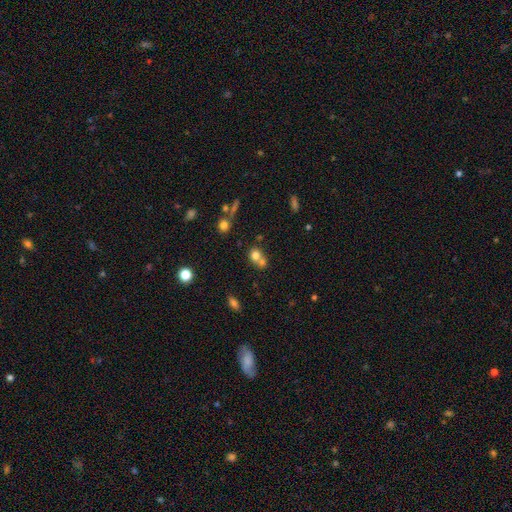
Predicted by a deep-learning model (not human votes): The model was most divided on "merging": merger: 56%, none: 35%, minor disturbance: 7%, major disturbance: 3%. More confident: how rounded — round (75%); smooth or featured — smooth (72%).